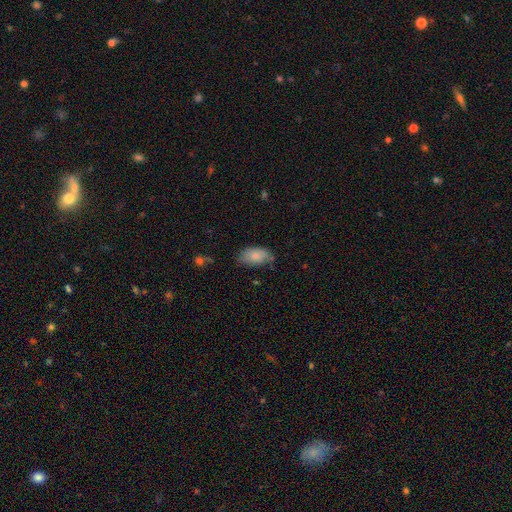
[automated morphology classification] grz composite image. It shows a smooth galaxy with no disk features (82%) that is in between round and cigar-shaped (93%). Merging: none (61%).